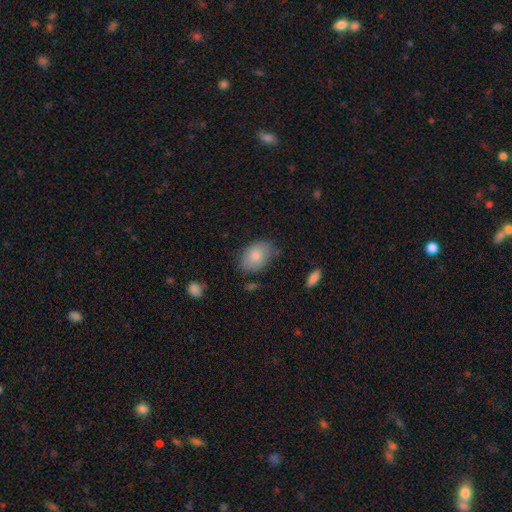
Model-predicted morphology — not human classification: Smooth or featured? Predicted: smooth (p=0.82). How rounded? Predicted: in between (p=0.82). Merging? Predicted: none (p=0.71).